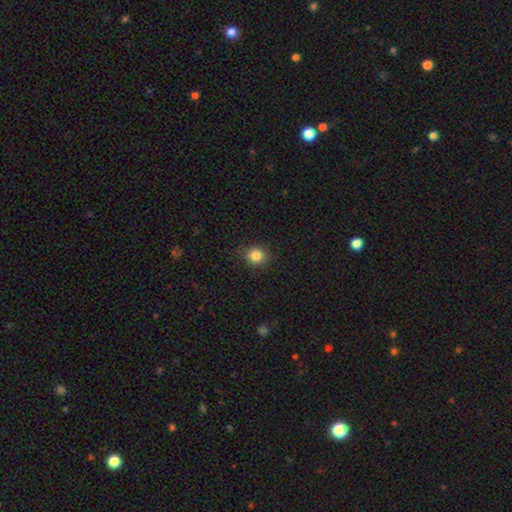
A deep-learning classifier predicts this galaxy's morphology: Smooth or featured: smooth — 84% (star or artifact — 11%)
How rounded: round — 82% (in between — 17%)
Merging: none — 87% (minor disturbance — 9%)